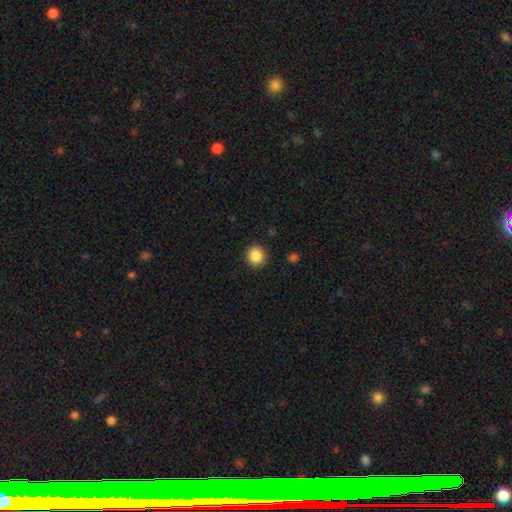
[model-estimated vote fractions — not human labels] Smooth or featured: smooth — 87% (star or artifact — 9%)
How rounded: round — 89% (in between — 10%)
Merging: none — 90% (minor disturbance — 7%)